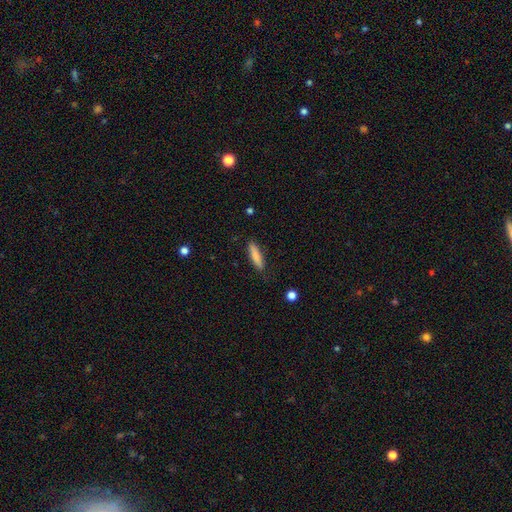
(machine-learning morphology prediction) Overall: smooth (84%). How rounded: cigar-shaped (80%). Merging: none (86%).